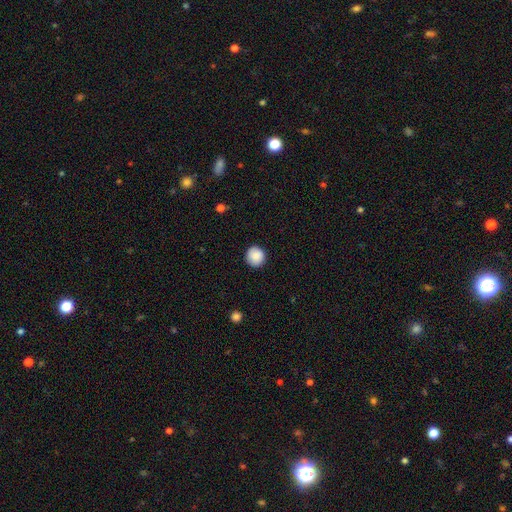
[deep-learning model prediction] Smooth or featured: smooth — 88% (star or artifact — 8%)
How rounded: round — 94% (in between — 5%)
Merging: none — 90% (minor disturbance — 7%)